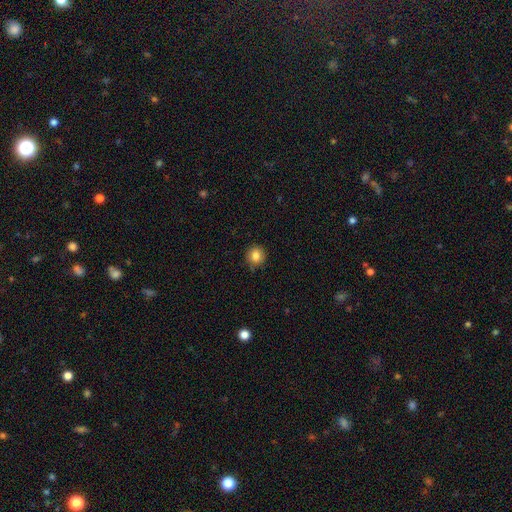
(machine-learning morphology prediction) The model was most divided on "smooth or featured": smooth: 84%, star or artifact: 10%, featured or disk: 6%. More confident: how rounded — round (91%); merging — none (85%).